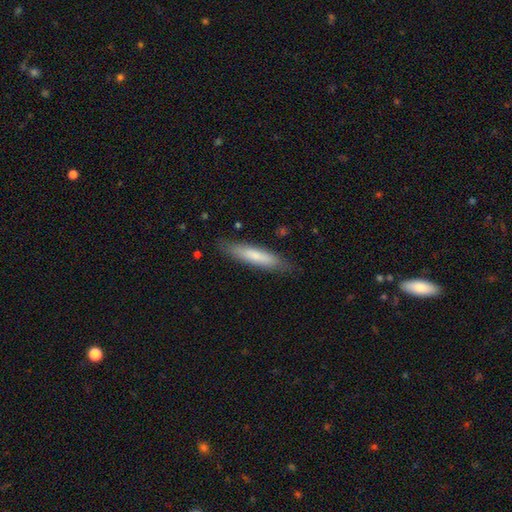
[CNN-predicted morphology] A smooth galaxy with no disk features (73%) that is cigar-shaped (83%). Merging: none (84%).